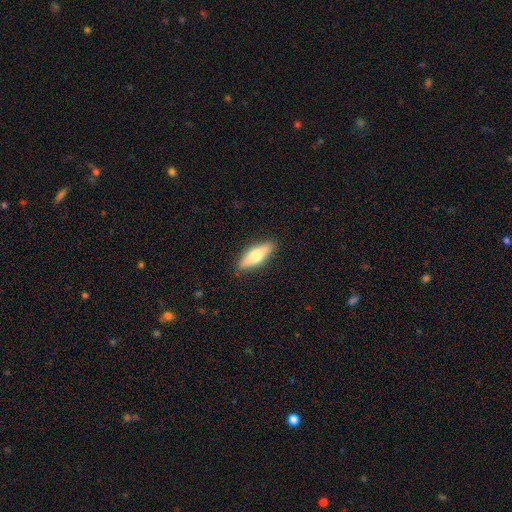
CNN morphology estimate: This appears to be a smooth galaxy with no disk features (63%) that is in between round and cigar-shaped (58%). Merging: none (88%).